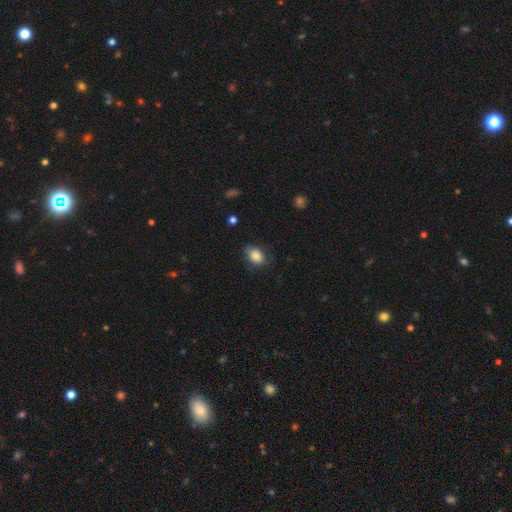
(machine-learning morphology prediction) Smooth or featured? Predicted: smooth (p=0.85). How rounded? Predicted: in between (p=0.74). Merging? Predicted: none (p=0.72).